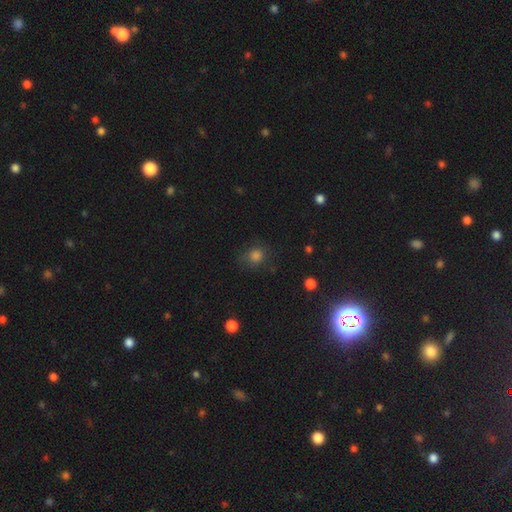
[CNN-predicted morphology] This is likely a smooth galaxy (77%). How rounded: likely round (78%). Merging: likely none (73%).